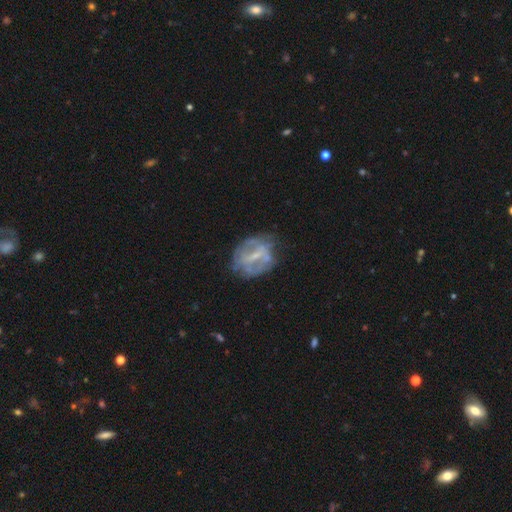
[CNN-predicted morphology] This appears to be a featured or disk galaxy (68%) with a weak bar (45%), no spiral arms (60%) and a small central bulge (58%). Merging: none (57%).